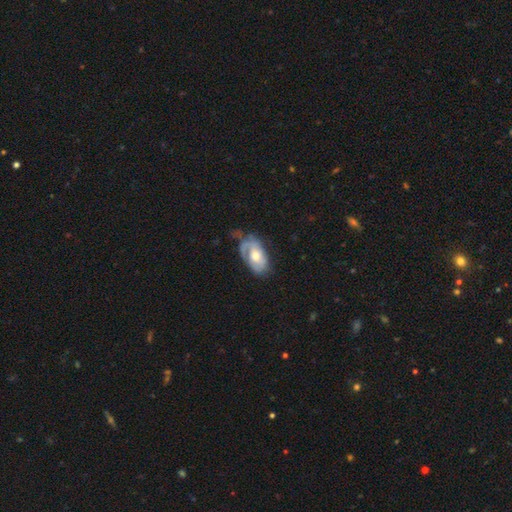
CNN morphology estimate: Smooth or featured: featured or disk — 62% (smooth — 32%)
Edge-on disk: no — 94% (yes — 6%)
Bar: no — 72% (weak — 23%)
Spiral arms: yes — 74% (no — 26%)
Bulge size: moderate — 68% (small — 20%)
Merging: none — 41% (minor disturbance — 31%)